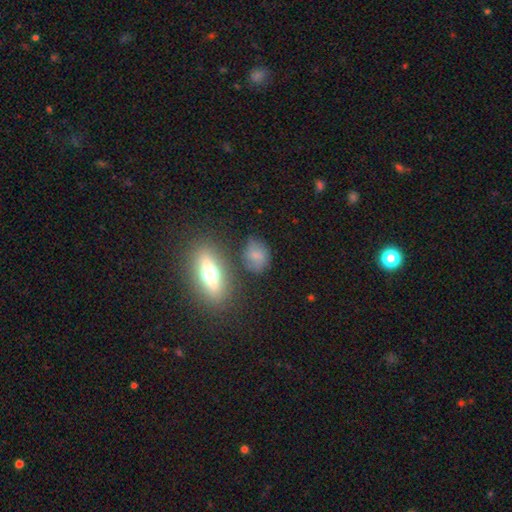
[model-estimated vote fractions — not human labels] smooth_or_featured: smooth (p=0.60) [alt: featured or disk p=0.28]
how_rounded: in between (p=0.55) [alt: round p=0.41]
merging: none (p=0.67) [alt: minor disturbance p=0.20]